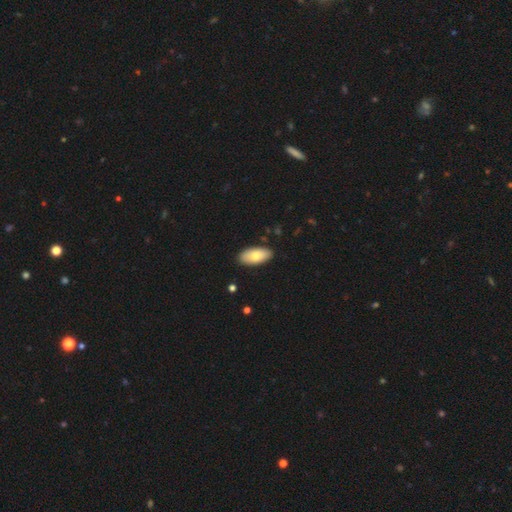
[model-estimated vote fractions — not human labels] Smooth or featured: smooth — 76% (featured or disk — 19%)
How rounded: in between — 92% (cigar-shaped — 5%)
Merging: none — 88% (minor disturbance — 9%)